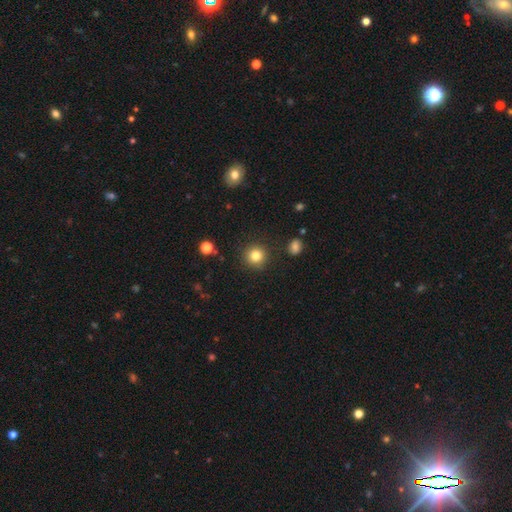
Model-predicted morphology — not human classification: smooth_or_featured: smooth (p=0.83) [alt: star or artifact p=0.11]
how_rounded: round (p=0.94) [alt: in between p=0.05]
merging: none (p=0.90) [alt: minor disturbance p=0.06]